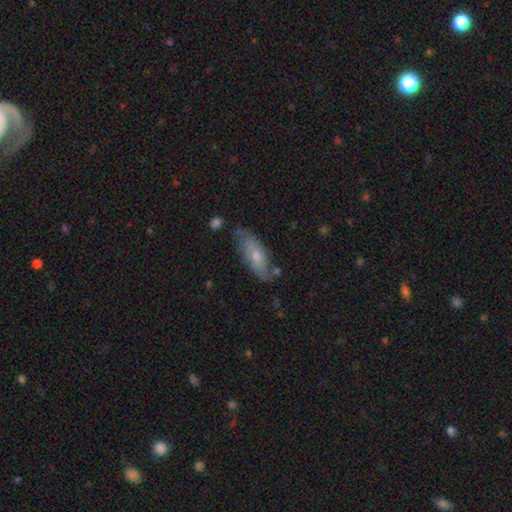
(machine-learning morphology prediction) Smooth or featured?
  - smooth: 48% *
  - featured or disk: 45%
  - star or artifact: 7%
Merging?
  - none: 63% *
  - minor disturbance: 25%
  - major disturbance: 7%
  - merger: 5%